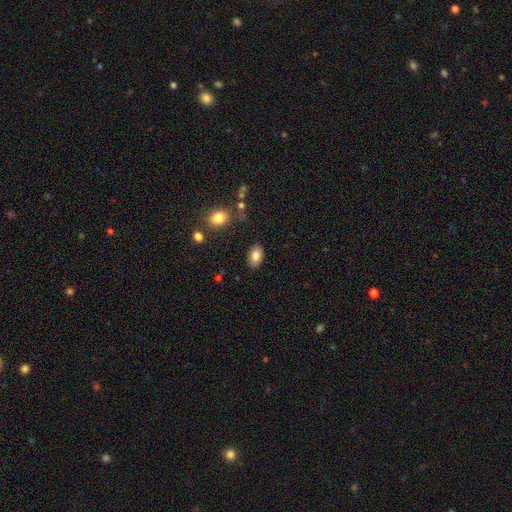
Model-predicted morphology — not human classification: Overall: smooth (81%). How rounded: in between (91%). Merging: none (85%).